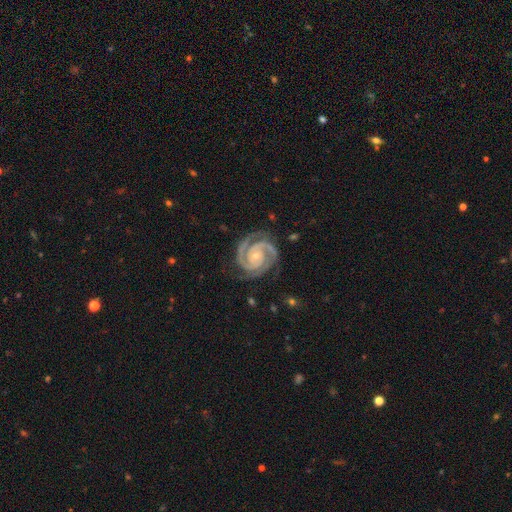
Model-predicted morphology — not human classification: Smooth or featured?
  - featured or disk: 94% *
  - star or artifact: 4%
  - smooth: 2%
Edge-on disk?
  - no: 98% *
  - yes: 2%
Bar?
  - no: 69% *
  - weak: 20%
  - strong: 11%
Spiral arms?
  - yes: 99% *
  - no: 1%
Spiral winding?
  - tight: 75% *
  - medium: 23%
  - loose: 2%
Spiral arm count?
  - 2: 73% *
  - 3: 19%
  - can't tell: 2%
  - 4: 2%
  - 1: 2%
  - more than 4: 2%
Bulge size?
  - small: 71% *
  - moderate: 25%
  - none: 2%
  - large: 1%
  - dominant: 1%
Merging?
  - none: 80% *
  - minor disturbance: 15%
  - major disturbance: 4%
  - merger: 1%